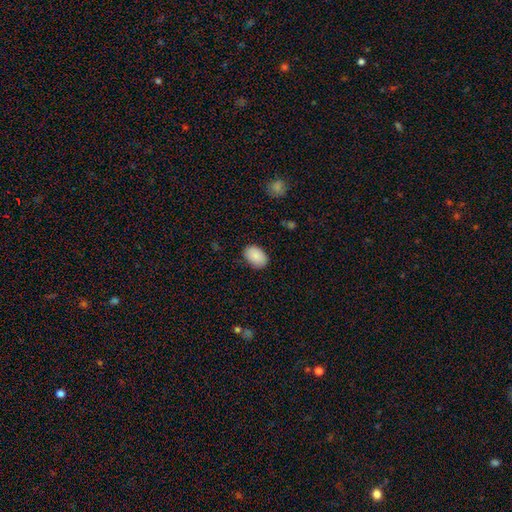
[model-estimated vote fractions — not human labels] The model was most divided on "how rounded": in between: 86%, round: 13%, cigar-shaped: 1%. More confident: smooth or featured — smooth (90%); merging — none (85%).